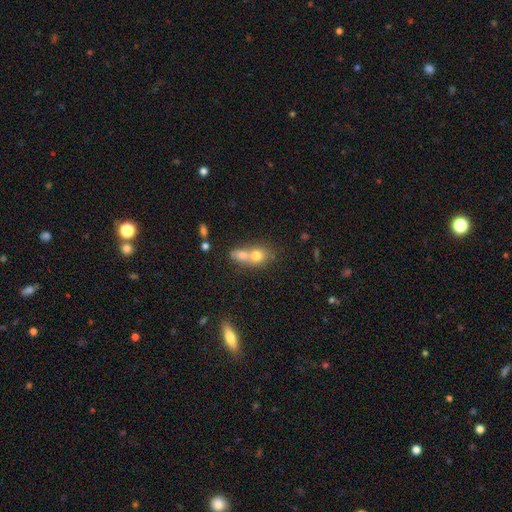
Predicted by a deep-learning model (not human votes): smooth_or_featured: smooth (p=0.71) [alt: featured or disk p=0.18]
how_rounded: round (p=0.51) [alt: in between p=0.45]
merging: merger (p=0.70) [alt: none p=0.21]